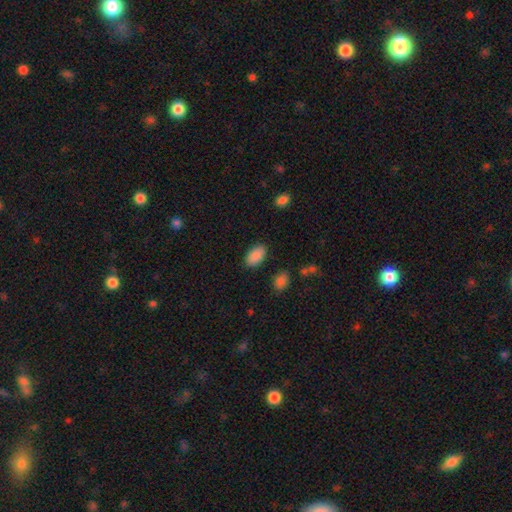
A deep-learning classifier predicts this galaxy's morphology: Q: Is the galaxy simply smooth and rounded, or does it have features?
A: smooth — 89%.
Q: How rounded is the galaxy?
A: in between — 94%.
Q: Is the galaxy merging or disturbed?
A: none — 86%.